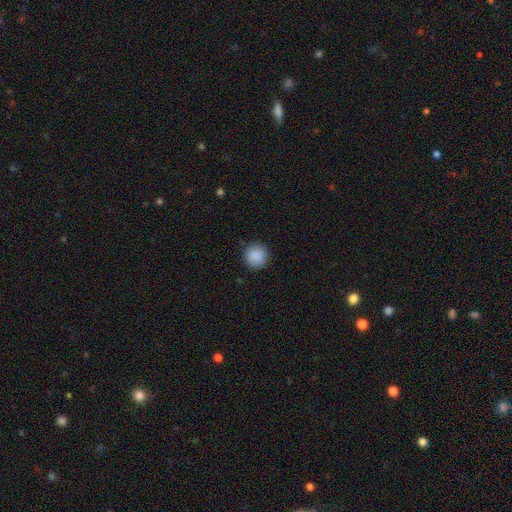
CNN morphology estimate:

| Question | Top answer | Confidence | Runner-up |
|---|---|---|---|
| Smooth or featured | smooth | 89% | star or artifact (8%) |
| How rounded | round | 93% | in between (6%) |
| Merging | none | 88% | minor disturbance (8%) |